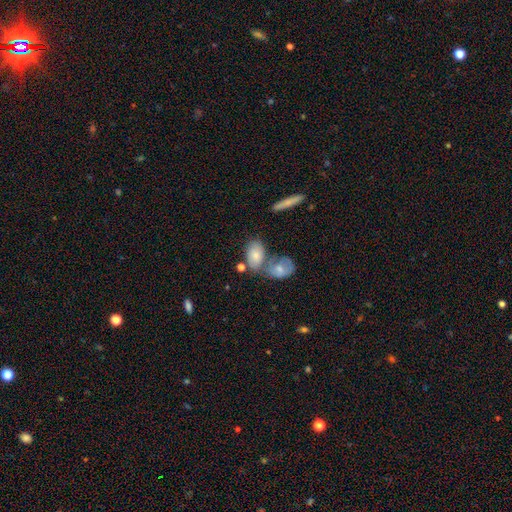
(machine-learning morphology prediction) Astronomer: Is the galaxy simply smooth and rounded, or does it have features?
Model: smooth — 72%.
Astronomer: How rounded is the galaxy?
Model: in between — 88%.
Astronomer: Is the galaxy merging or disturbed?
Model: merger — 43% (runner-up: none, 37%).